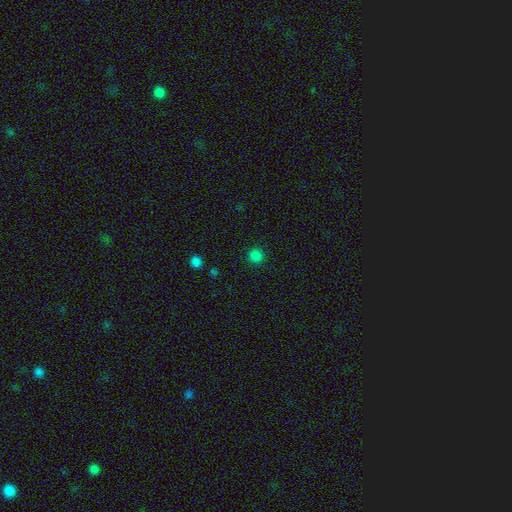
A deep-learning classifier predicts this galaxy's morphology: Smooth or featured? smooth (82%)
How rounded? round (93%)
Merging? none (91%)